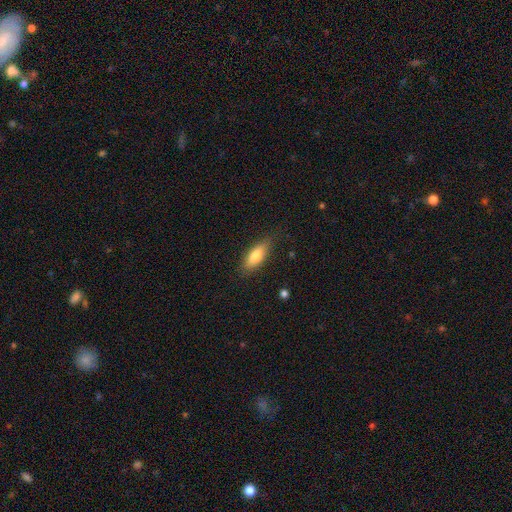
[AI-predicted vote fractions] Smooth or featured? Predicted: smooth (p=0.77). How rounded? Predicted: in between (p=0.68). Merging? Predicted: none (p=0.82).